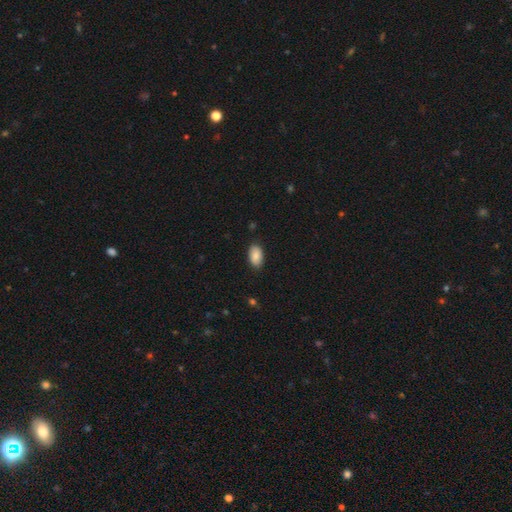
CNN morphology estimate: Smooth or featured? Predicted: smooth (p=0.87). How rounded? Predicted: in between (p=0.94). Merging? Predicted: none (p=0.86).